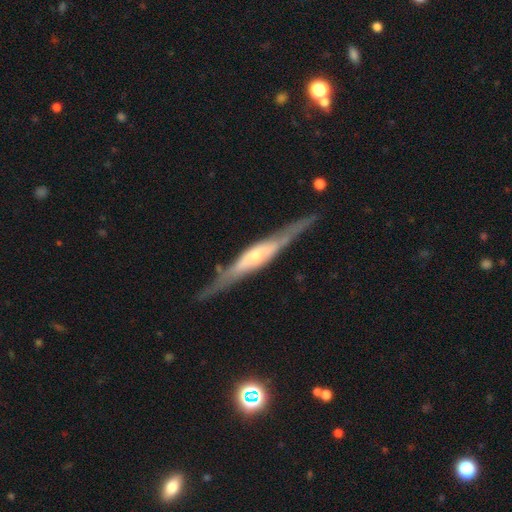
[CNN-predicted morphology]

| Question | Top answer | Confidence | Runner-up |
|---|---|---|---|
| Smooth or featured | featured or disk | 79% | smooth (16%) |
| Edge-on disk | yes | 93% | no (7%) |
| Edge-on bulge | rounded | 69% | boxy (21%) |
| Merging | none | 80% | minor disturbance (14%) |